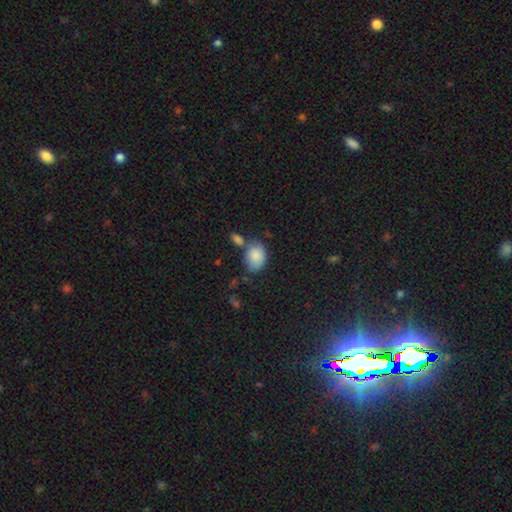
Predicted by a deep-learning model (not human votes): A smooth galaxy with no disk features (86%) that is in between round and cigar-shaped (75%). Merging: none (52%).